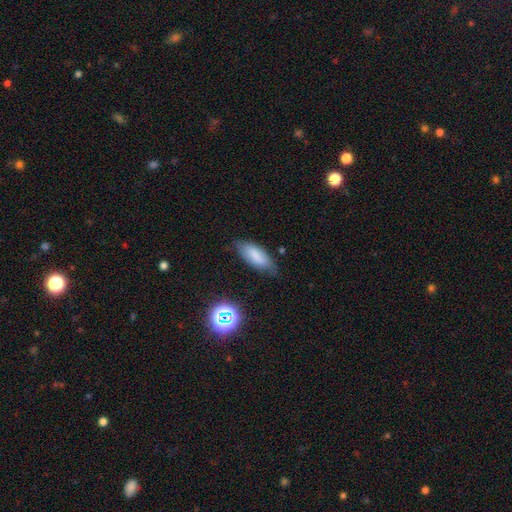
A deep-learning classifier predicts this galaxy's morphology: type=smooth (76%); roundness=in between (75%); merging=none (71%).